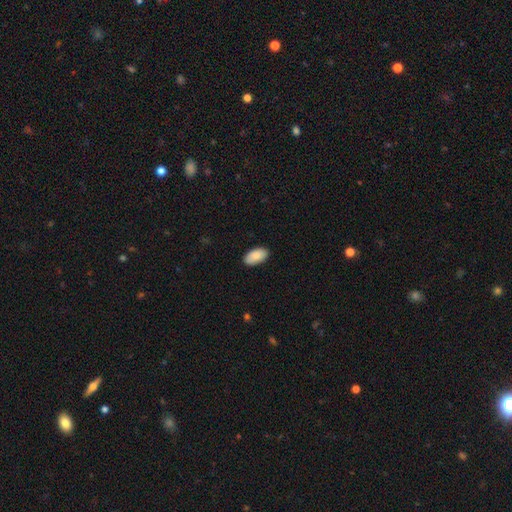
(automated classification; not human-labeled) A smooth galaxy with no disk features (88%) that is in between round and cigar-shaped (96%). Merging: none (88%).